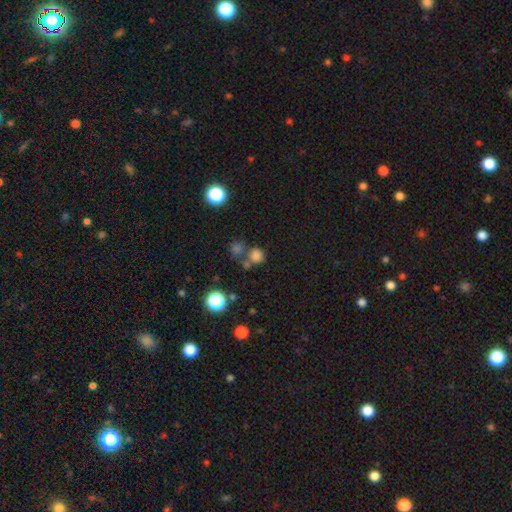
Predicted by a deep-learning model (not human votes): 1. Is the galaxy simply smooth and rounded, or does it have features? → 73% smooth, 20% star or artifact, 7% featured or disk.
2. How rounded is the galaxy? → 80% round, 19% in between, 1% cigar-shaped.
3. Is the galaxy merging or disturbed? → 53% none, 31% merger, 11% minor disturbance, 6% major disturbance.